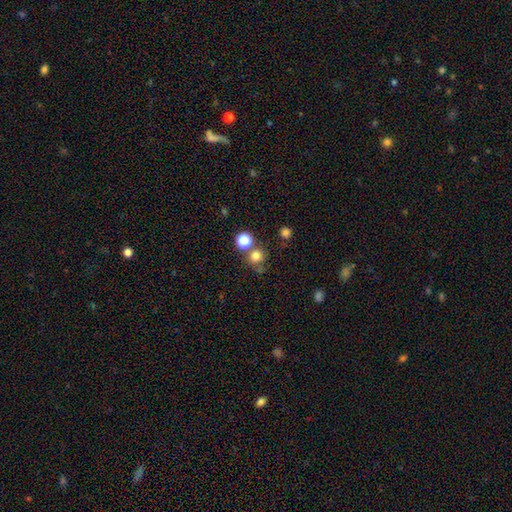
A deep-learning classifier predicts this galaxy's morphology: Smooth or featured? smooth (76%)
How rounded? round (90%)
Merging? none (65%)